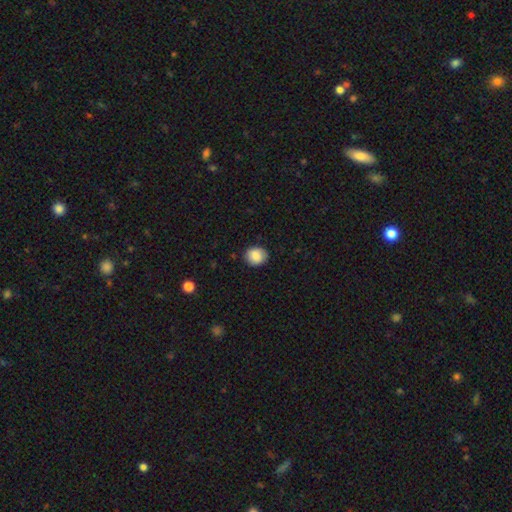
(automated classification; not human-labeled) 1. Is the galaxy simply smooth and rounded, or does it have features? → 83% smooth, 9% featured or disk, 8% star or artifact.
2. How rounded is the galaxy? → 69% round, 30% in between, 1% cigar-shaped.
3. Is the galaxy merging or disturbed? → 82% none, 14% minor disturbance, 3% major disturbance, 1% merger.